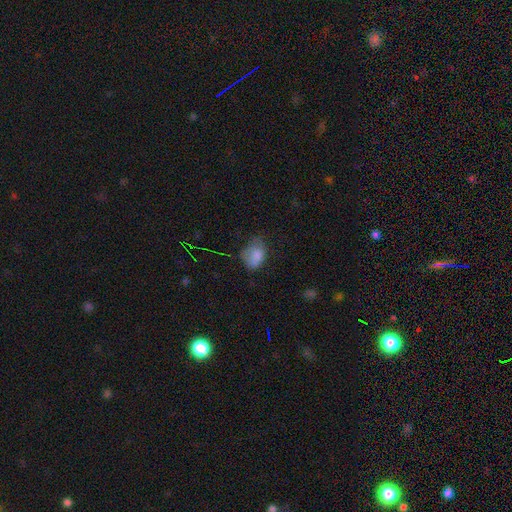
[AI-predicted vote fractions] Overall: smooth (76%). How rounded: in between (76%). Merging: minor disturbance (38%; none 37%).